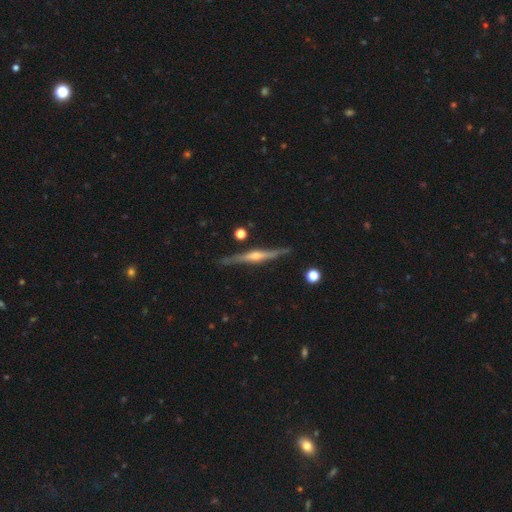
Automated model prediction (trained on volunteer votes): Overall: featured or disk (81%). Edge-on disk: yes (98%). Edge-on bulge: rounded (88%). Merging: none (87%).